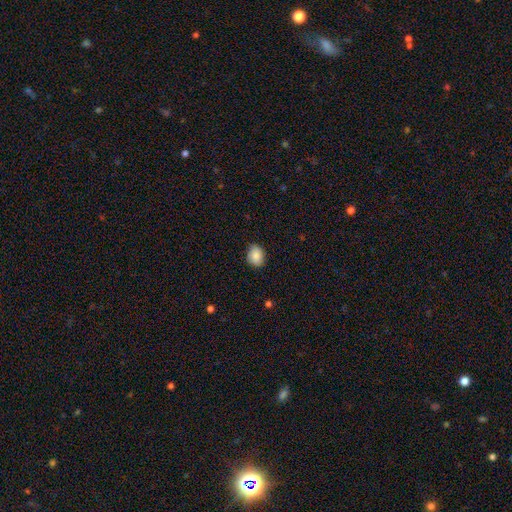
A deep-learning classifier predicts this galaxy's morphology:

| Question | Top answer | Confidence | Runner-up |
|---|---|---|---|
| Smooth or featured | smooth | 87% | star or artifact (8%) |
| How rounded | in between | 58% | round (41%) |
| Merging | none | 86% | minor disturbance (10%) |